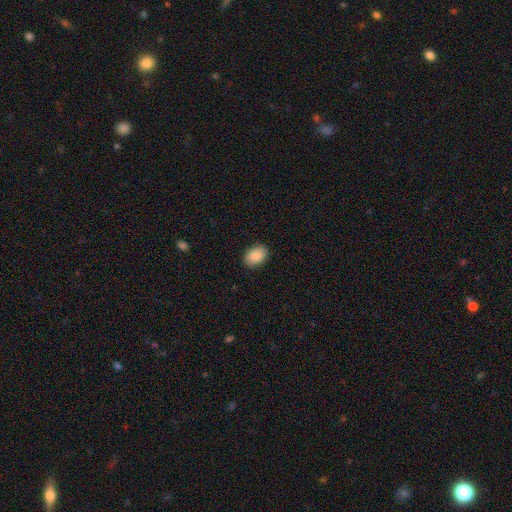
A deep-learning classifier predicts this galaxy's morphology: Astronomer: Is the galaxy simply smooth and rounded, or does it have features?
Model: smooth — 87%.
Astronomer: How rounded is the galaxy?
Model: in between — 81%.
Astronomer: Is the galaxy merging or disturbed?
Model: none — 89%.